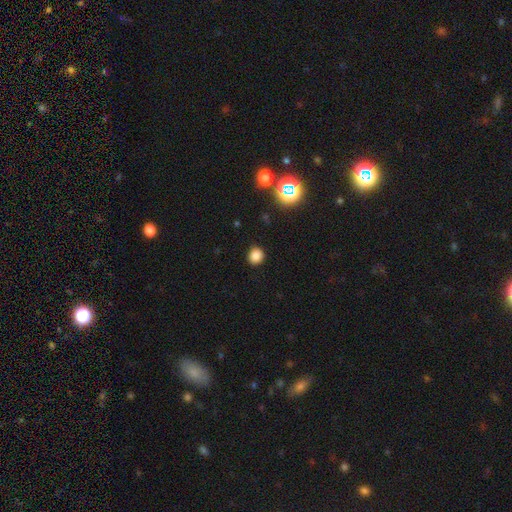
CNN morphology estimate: type=smooth (82%); roundness=round (84%); merging=none (90%).